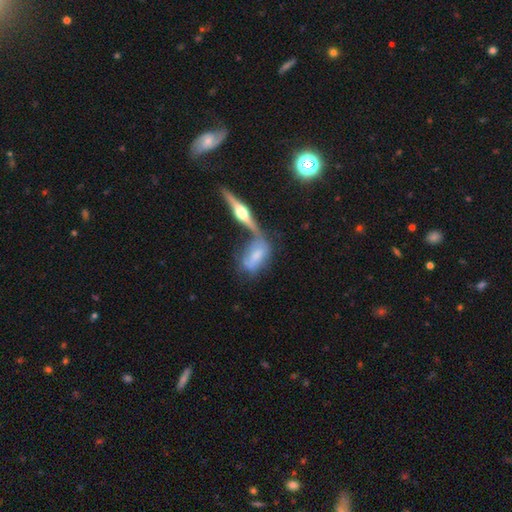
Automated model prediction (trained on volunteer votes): This appears to be a featured or disk galaxy (54%) viewed edge-on (64%). Merging: merger (38%).